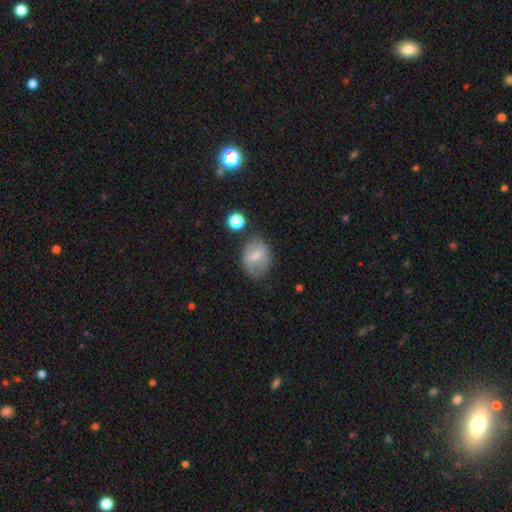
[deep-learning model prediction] A smooth galaxy with no disk features (54%) that is in between round and cigar-shaped (65%). Merging: none (62%).